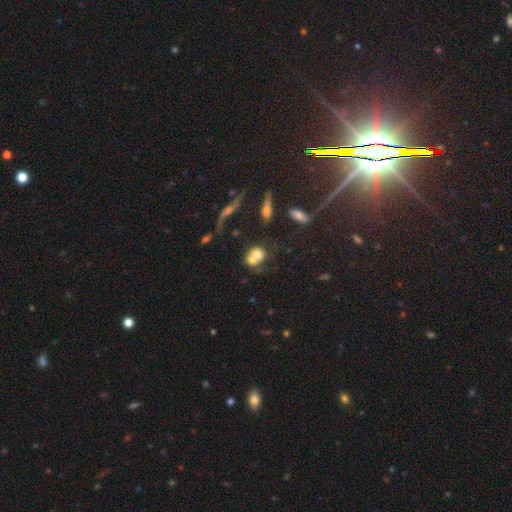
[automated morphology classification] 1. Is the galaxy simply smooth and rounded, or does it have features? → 65% smooth, 23% featured or disk, 13% star or artifact.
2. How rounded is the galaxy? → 64% round, 34% in between, 2% cigar-shaped.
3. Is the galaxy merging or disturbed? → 60% merger, 26% none, 8% minor disturbance, 7% major disturbance.